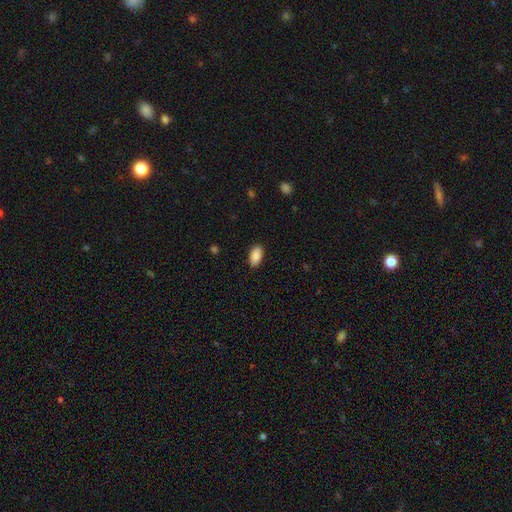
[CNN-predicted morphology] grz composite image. It shows a smooth galaxy with no disk features (90%) that is in between round and cigar-shaped (94%). Merging: none (88%).